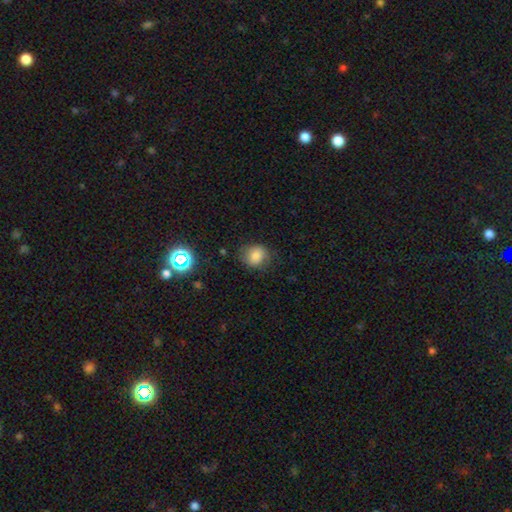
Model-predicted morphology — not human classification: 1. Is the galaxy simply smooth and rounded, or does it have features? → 80% smooth, 12% star or artifact, 7% featured or disk.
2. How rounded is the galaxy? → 73% round, 26% in between, 1% cigar-shaped.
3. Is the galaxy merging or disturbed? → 77% none, 17% minor disturbance, 5% major disturbance, 2% merger.